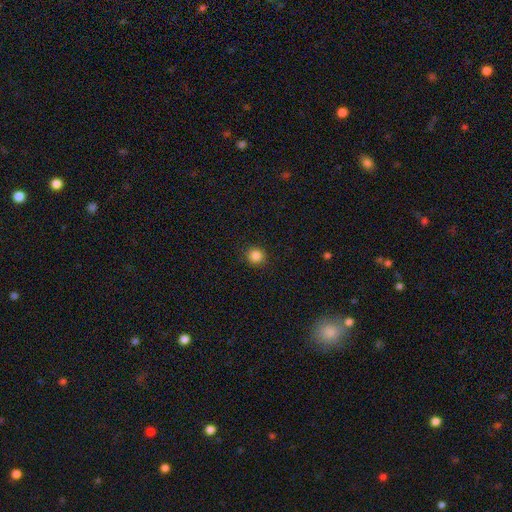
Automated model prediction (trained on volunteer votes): The model was most divided on "smooth or featured": smooth: 86%, star or artifact: 11%, featured or disk: 3%. More confident: how rounded — round (92%); merging — none (90%).